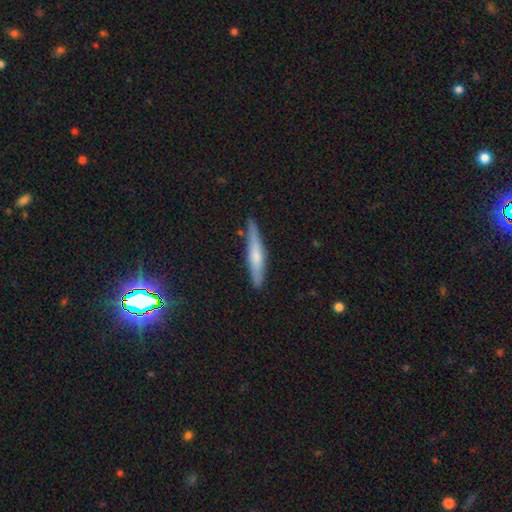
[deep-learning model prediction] Morphology: type=smooth (51%); roundness=cigar-shaped (91%); merging=none (85%).